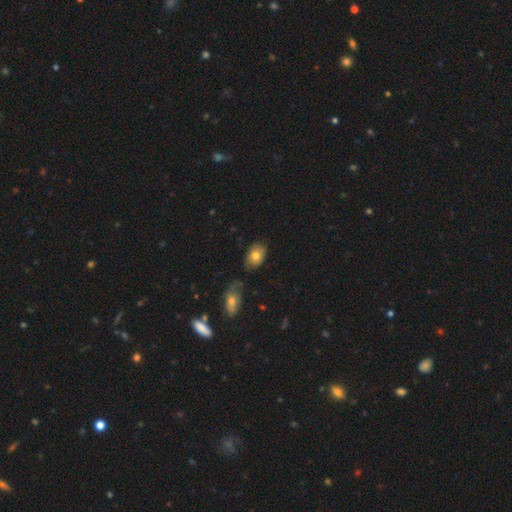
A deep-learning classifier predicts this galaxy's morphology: This is likely a smooth galaxy (75%). How rounded: clearly in between (82%). Merging: likely none (64%).